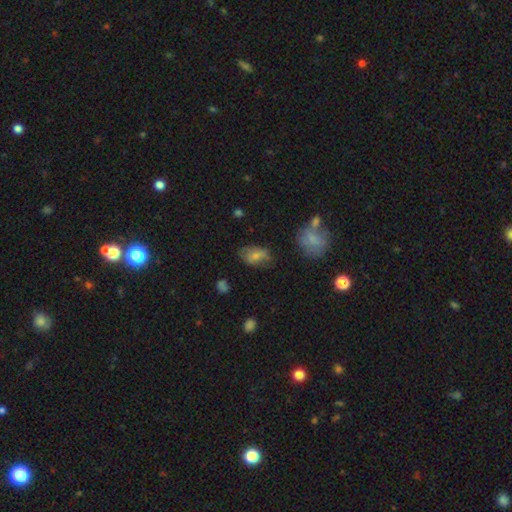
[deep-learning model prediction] A smooth galaxy with no disk features (66%) that is in between round and cigar-shaped (84%).

Vote fractions:
- Smooth or featured? smooth: 66% / featured or disk: 20% / star or artifact: 13%
- How rounded? in between: 84% / round: 13% / cigar-shaped: 3%
- Merging? none: 63% / minor disturbance: 24% / major disturbance: 9% / merger: 4%